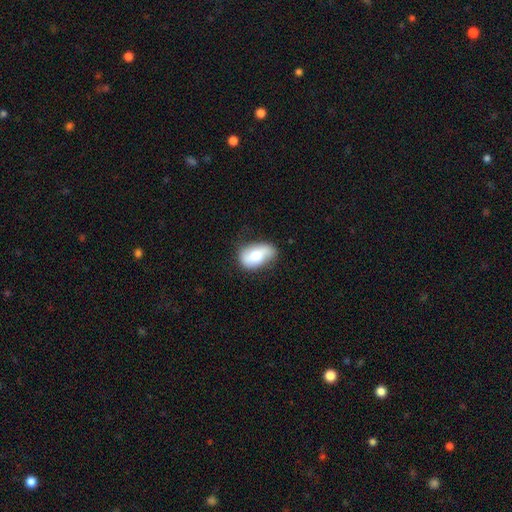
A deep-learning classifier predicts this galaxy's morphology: Q: Smooth or featured?
A: smooth (60%); runner-up: featured or disk (34%)
Q: How rounded?
A: in between (88%); runner-up: round (10%)
Q: Merging?
A: none (67%); runner-up: minor disturbance (25%)